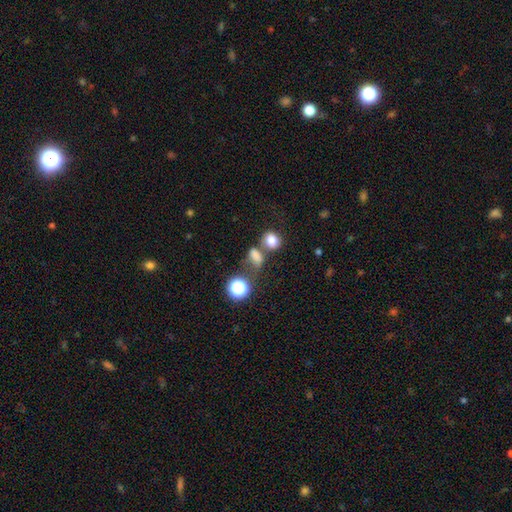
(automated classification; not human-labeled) Morphology: type=smooth (71%); roundness=in between (54%); merging=none (42%).